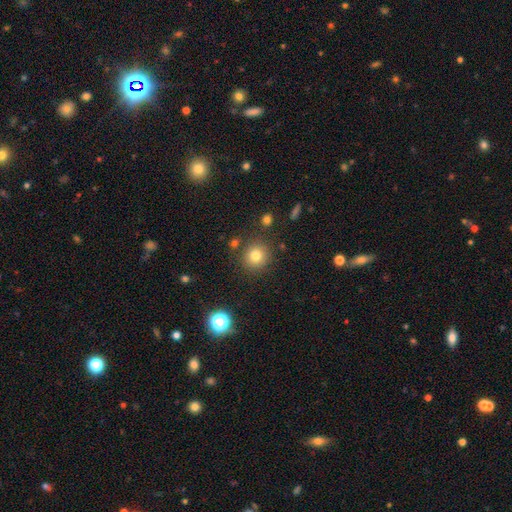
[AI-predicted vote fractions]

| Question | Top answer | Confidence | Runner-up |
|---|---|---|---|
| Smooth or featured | smooth | 79% | star or artifact (13%) |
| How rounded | round | 91% | in between (8%) |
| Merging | none | 86% | minor disturbance (8%) |